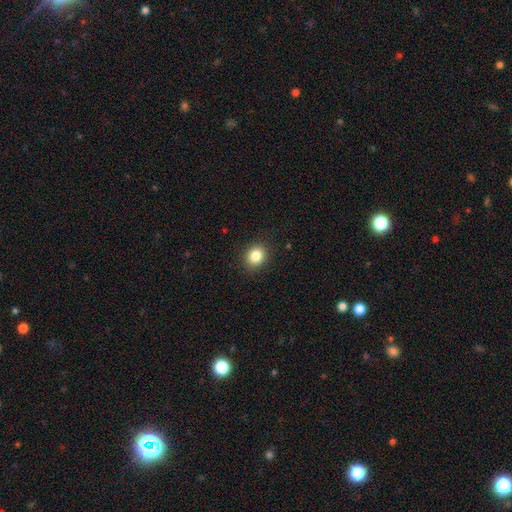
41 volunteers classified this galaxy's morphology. Volunteers were most divided on "how rounded": round: 68%, in between: 30%, cigar-shaped: 3%. More confident: smooth or featured — smooth (90%); merging — none (90%).